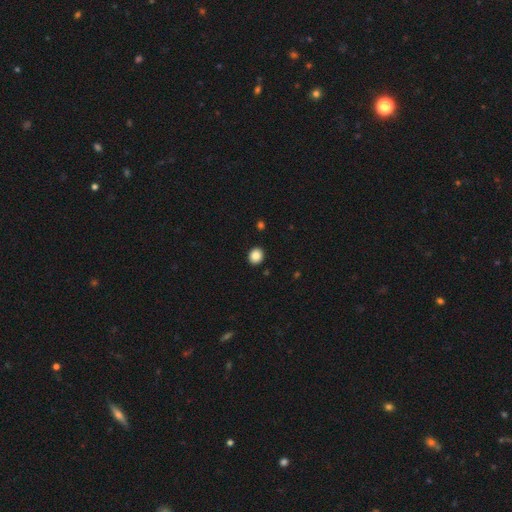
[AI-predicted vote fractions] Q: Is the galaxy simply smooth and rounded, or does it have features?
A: smooth — 87%.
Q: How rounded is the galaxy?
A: round — 75%.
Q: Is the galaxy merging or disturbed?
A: none — 92%.